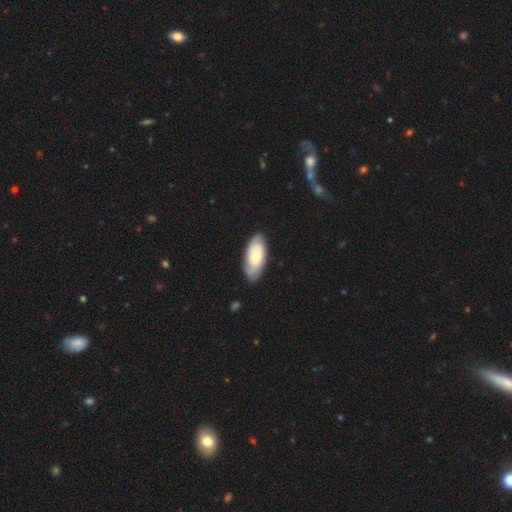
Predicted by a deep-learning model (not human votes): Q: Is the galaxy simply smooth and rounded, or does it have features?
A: featured or disk — 64%.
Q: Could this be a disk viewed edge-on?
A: no — 92%.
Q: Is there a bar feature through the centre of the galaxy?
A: no — 74%.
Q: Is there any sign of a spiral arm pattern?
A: yes — 89%.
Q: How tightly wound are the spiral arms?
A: tight — 64%.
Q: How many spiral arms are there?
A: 2 — 45%.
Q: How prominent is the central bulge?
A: moderate — 48%.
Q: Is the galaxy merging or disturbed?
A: none — 78%.